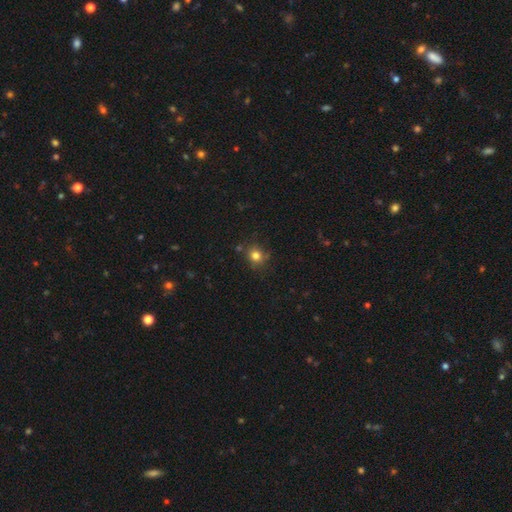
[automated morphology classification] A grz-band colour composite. It shows a smooth galaxy with no disk features (79%) that is round (82%). Merging: none (78%).